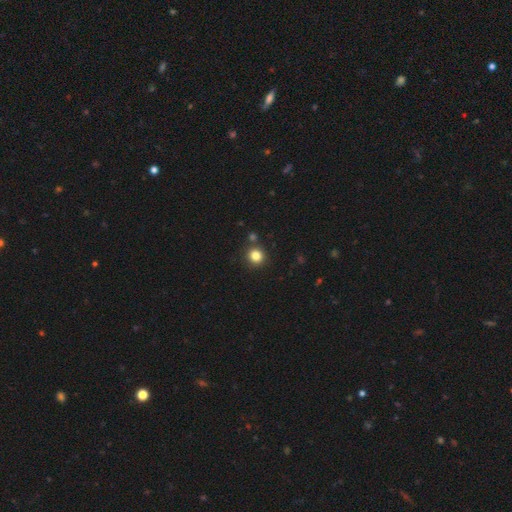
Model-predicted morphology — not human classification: Smooth or featured: smooth — 83% (star or artifact — 12%)
How rounded: round — 92% (in between — 7%)
Merging: none — 86% (minor disturbance — 6%)